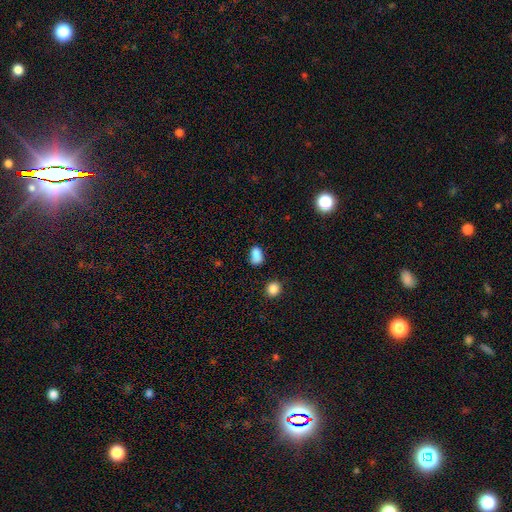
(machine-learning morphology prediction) Smooth or featured?
  - smooth: 84% *
  - star or artifact: 11%
  - featured or disk: 5%
How rounded?
  - in between: 82% *
  - round: 16%
  - cigar-shaped: 2%
Merging?
  - none: 59% *
  - minor disturbance: 27%
  - major disturbance: 7%
  - merger: 7%